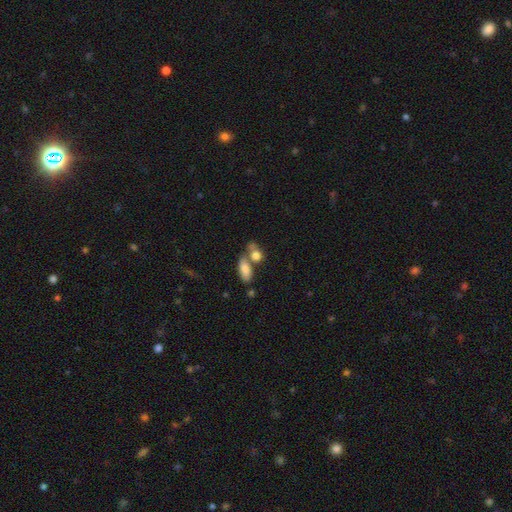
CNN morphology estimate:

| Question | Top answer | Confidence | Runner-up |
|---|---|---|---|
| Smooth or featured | smooth | 79% | featured or disk (12%) |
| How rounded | in between | 62% | round (32%) |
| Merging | merger | 44% | none (38%) |